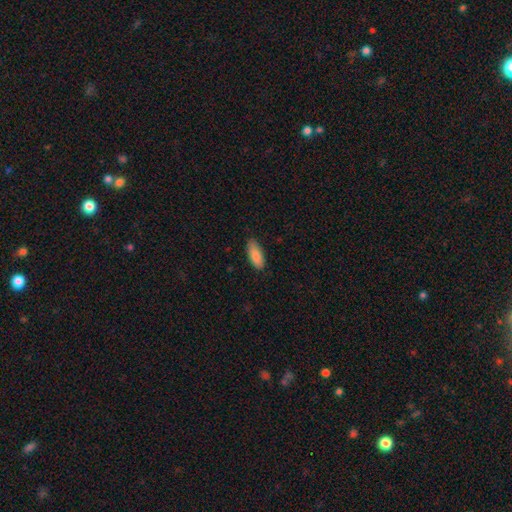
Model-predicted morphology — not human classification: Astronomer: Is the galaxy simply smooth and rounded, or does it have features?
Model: smooth — 89%.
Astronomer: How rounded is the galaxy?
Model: in between — 79%.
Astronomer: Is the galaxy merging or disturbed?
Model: none — 83%.